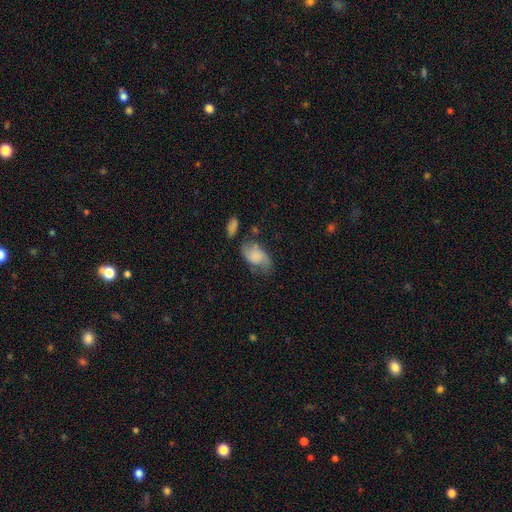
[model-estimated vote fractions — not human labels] Overall: smooth (56%; featured or disk 36%). How rounded: in between (90%). Merging: none (48%; minor disturbance 29%).